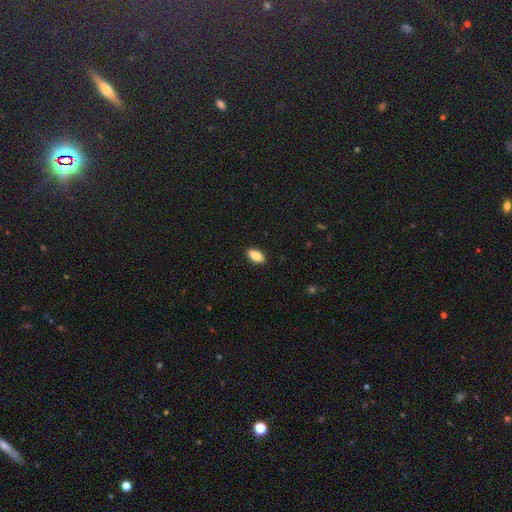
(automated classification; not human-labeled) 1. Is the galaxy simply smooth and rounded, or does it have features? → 86% smooth, 7% star or artifact, 7% featured or disk.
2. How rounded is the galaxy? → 92% in between, 4% cigar-shaped, 4% round.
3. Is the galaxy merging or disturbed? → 90% none, 7% minor disturbance, 2% major disturbance, 1% merger.